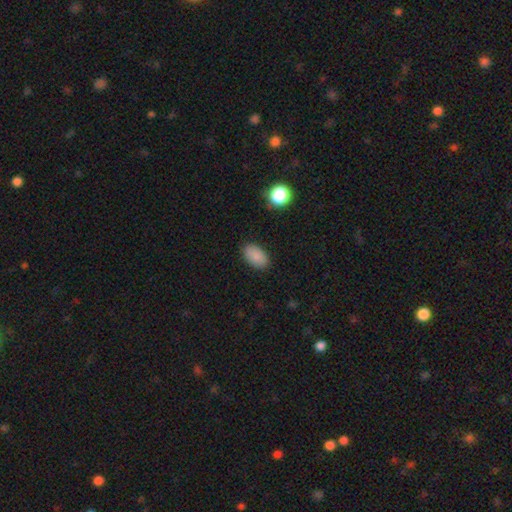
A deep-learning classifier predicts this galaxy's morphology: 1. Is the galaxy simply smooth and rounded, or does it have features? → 87% smooth, 8% star or artifact, 5% featured or disk.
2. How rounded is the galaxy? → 92% in between, 6% round, 1% cigar-shaped.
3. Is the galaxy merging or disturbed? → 87% none, 9% minor disturbance, 2% major disturbance, 1% merger.